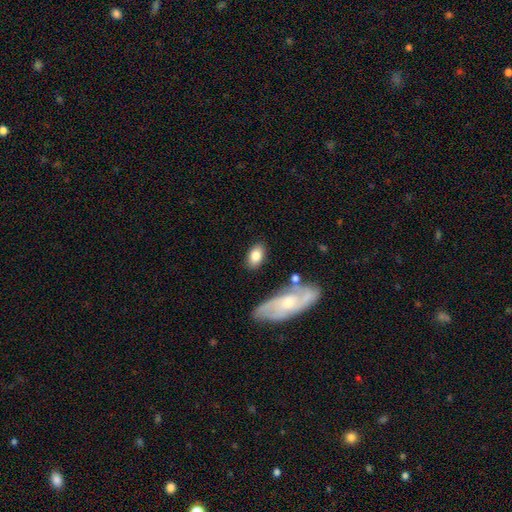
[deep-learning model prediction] smooth_or_featured: smooth (p=0.78) [alt: featured or disk p=0.15]
how_rounded: in between (p=0.90) [alt: round p=0.07]
merging: none (p=0.78) [alt: minor disturbance p=0.13]